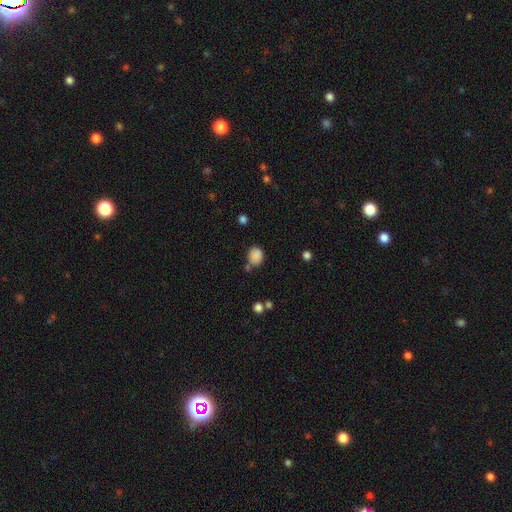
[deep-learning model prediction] A smooth galaxy with no disk features (86%) that is round (58%). Merging: none (66%).